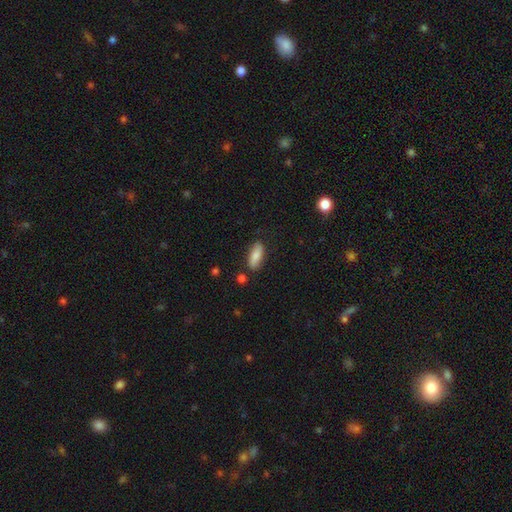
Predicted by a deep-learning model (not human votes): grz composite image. It shows a smooth galaxy with no disk features (78%) that is in between round and cigar-shaped (76%). Merging: none (81%).